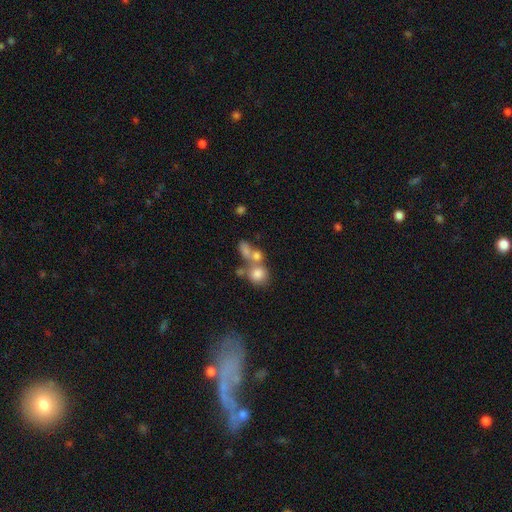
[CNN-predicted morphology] This appears to be a smooth galaxy with no disk features (44%). Merging: none (39%).